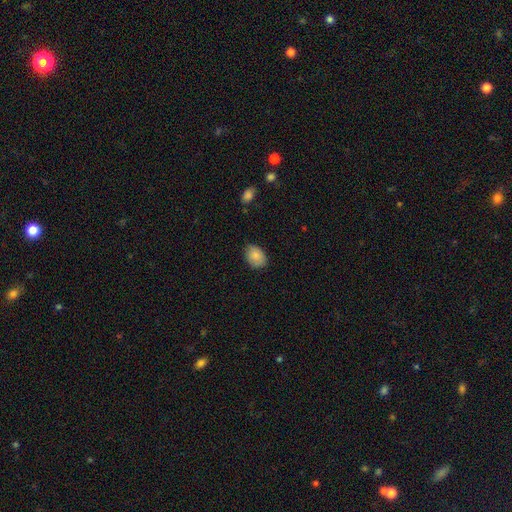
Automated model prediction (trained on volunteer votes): Smooth or featured? smooth (85%)
How rounded? in between (73%)
Merging? none (75%)